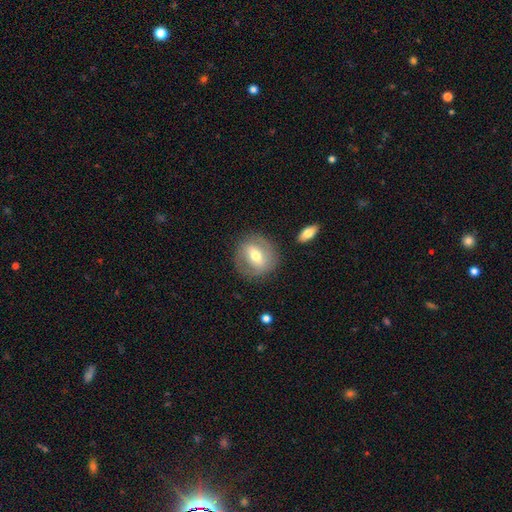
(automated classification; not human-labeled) Smooth or featured? featured or disk (47%)
Merging? none (80%)